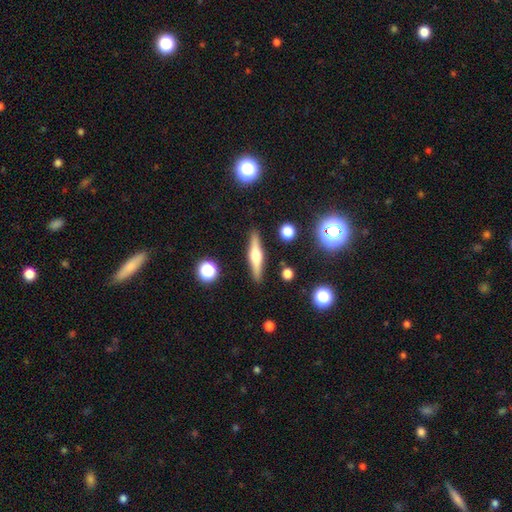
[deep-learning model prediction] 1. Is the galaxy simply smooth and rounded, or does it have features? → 61% featured or disk, 32% smooth, 7% star or artifact.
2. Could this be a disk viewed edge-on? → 96% yes, 4% no.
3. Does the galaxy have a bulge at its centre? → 91% rounded, 6% boxy, 3% none.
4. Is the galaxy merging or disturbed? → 89% none, 7% minor disturbance, 2% merger, 2% major disturbance.